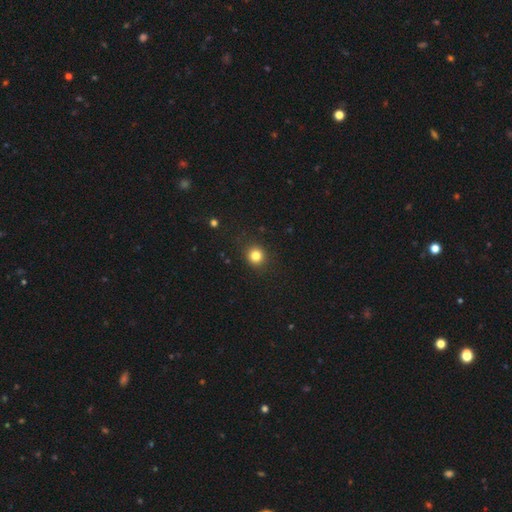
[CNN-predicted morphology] This appears to be a smooth galaxy with no disk features (82%) that is round (91%). Merging: none (91%).